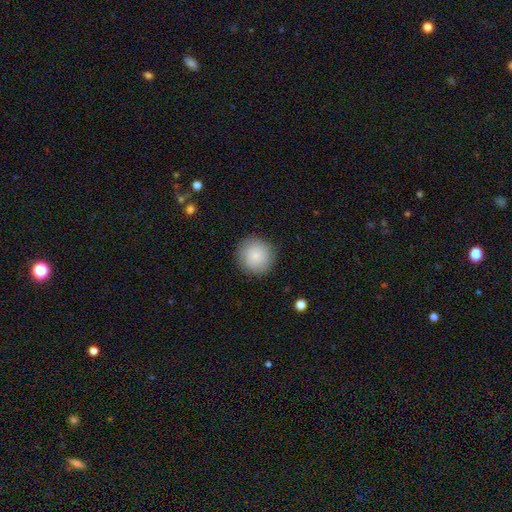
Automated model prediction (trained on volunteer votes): smooth 84%, featured or disk 9%, star or artifact 7%. Down the decision tree: how rounded — round (94%); merging — none (88%).